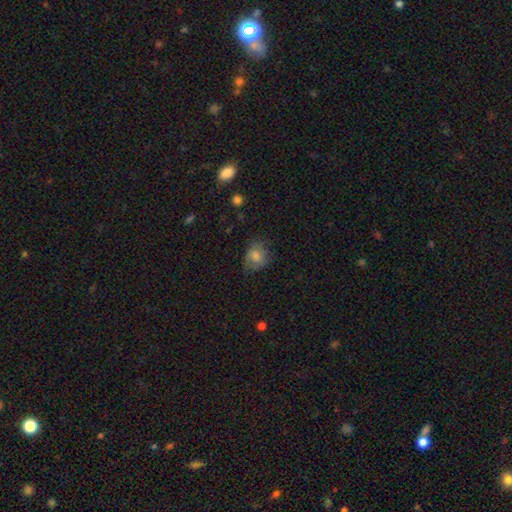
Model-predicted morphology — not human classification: This appears to be a smooth galaxy with no disk features (72%) that is round (56%). Merging: none (66%).